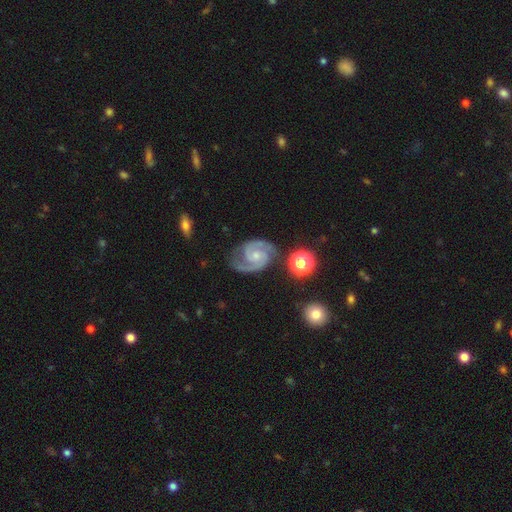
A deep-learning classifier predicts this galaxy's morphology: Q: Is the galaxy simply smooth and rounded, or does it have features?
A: featured or disk — 92%.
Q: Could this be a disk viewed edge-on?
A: no — 98%.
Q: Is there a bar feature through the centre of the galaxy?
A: no — 61%.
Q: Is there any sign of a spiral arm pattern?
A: yes — 99%.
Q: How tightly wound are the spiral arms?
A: medium — 52%.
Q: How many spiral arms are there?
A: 2 — 93%.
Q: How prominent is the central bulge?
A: small — 56%.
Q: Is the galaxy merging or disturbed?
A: none — 76%.